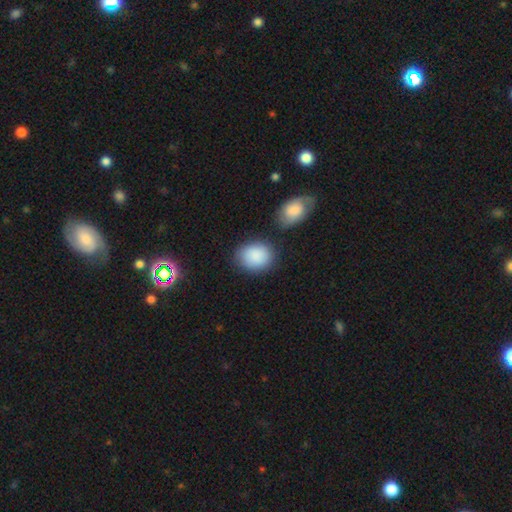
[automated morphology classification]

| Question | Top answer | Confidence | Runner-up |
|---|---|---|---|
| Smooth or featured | smooth | 89% | star or artifact (6%) |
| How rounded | in between | 53% | round (46%) |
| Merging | none | 72% | minor disturbance (15%) |